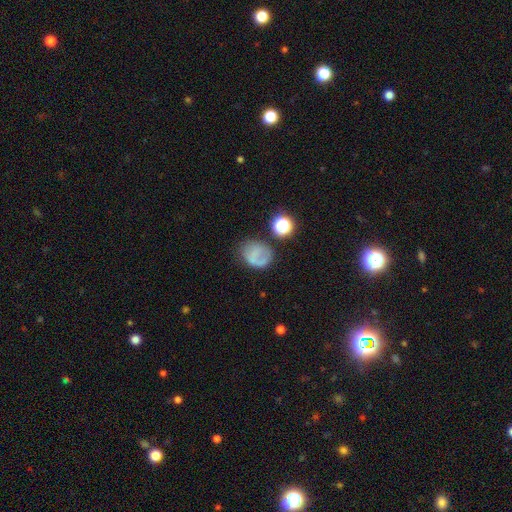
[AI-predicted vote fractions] The model was most divided on "how rounded": round: 62%, in between: 37%, cigar-shaped: 1%. More confident: smooth or featured — smooth (60%); merging — none (56%).